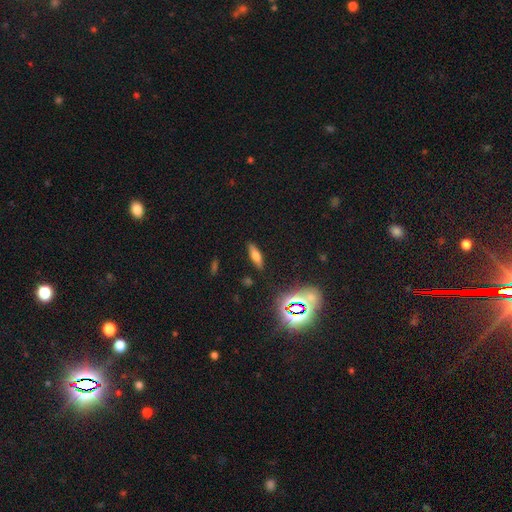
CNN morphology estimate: Q: Smooth or featured?
A: smooth (61%); runner-up: featured or disk (22%)
Q: How rounded?
A: cigar-shaped (50%); runner-up: in between (46%)
Q: Merging?
A: none (87%); runner-up: minor disturbance (9%)